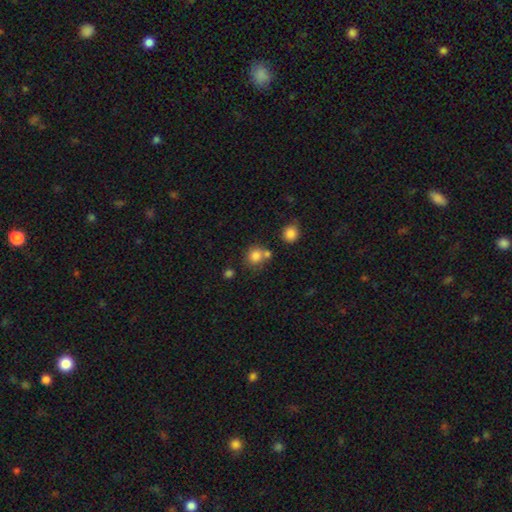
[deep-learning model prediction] This appears to be a smooth galaxy with no disk features (81%) that is round (84%). Merging: none (59%).